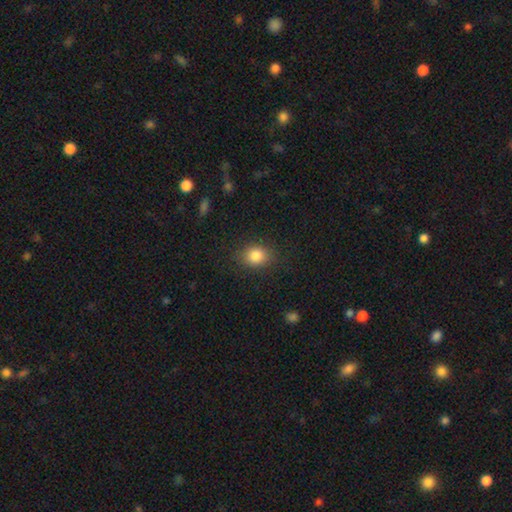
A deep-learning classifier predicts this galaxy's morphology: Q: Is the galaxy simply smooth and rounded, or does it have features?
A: smooth — 84%.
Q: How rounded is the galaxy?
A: round — 56%.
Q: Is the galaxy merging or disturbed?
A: none — 85%.